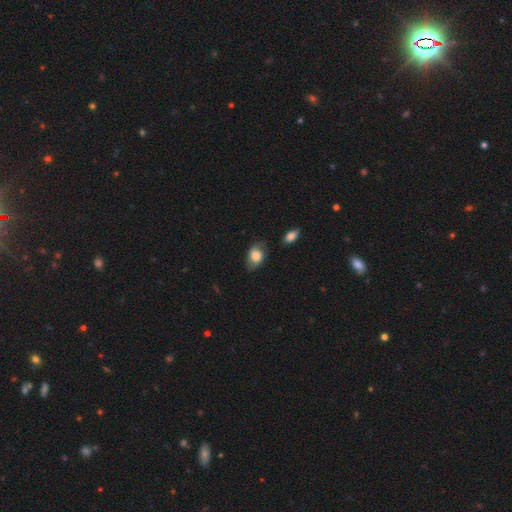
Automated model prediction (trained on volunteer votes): smooth_or_featured: smooth (p=0.66) [alt: featured or disk p=0.26]
how_rounded: in between (p=0.79) [alt: round p=0.20]
merging: none (p=0.66) [alt: minor disturbance p=0.24]